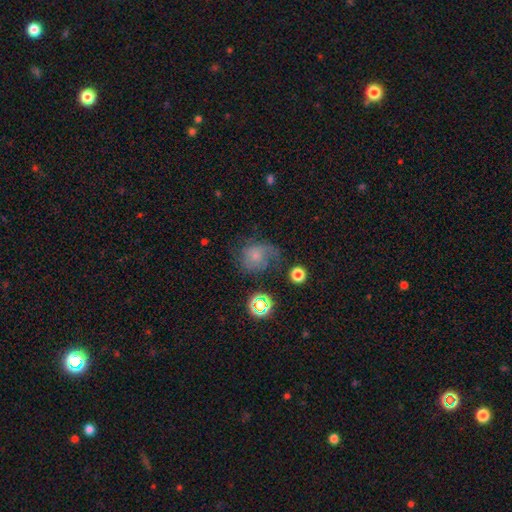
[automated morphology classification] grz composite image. It shows a smooth galaxy with no disk features (48%). Merging: none (43%).